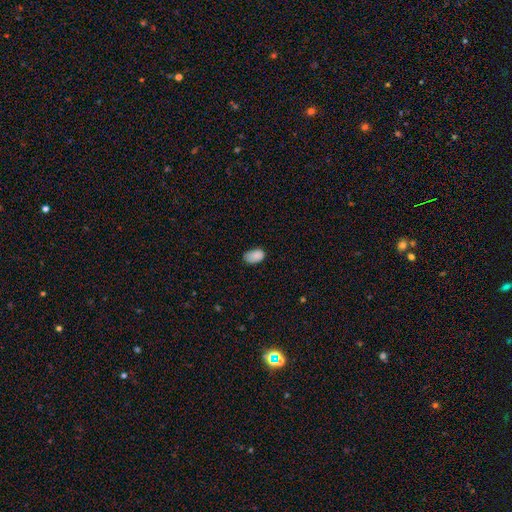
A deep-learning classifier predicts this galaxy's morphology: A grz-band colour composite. It shows a smooth galaxy with no disk features (86%) that is in between round and cigar-shaped (89%). Merging: none (62%).